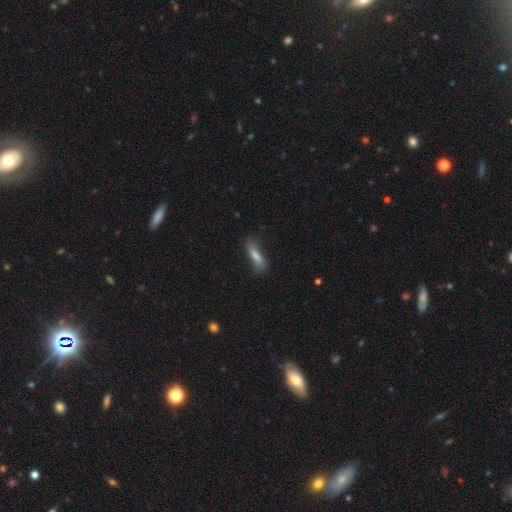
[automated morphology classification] Overall: smooth (67%). How rounded: cigar-shaped (71%). Merging: none (77%).